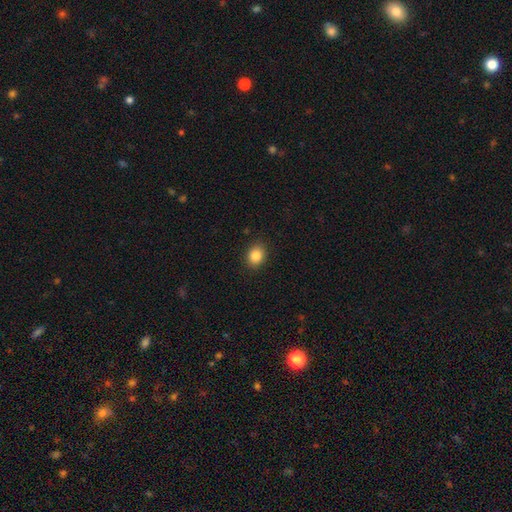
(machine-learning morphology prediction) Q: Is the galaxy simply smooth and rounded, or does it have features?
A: smooth — 85%.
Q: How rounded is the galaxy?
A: round — 53%.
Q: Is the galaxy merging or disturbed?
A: none — 89%.